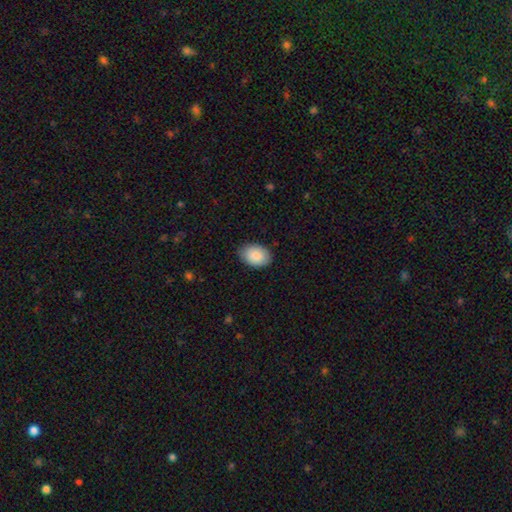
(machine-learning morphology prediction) A smooth galaxy with no disk features (88%) that is in between round and cigar-shaped (83%). Merging: none (81%).